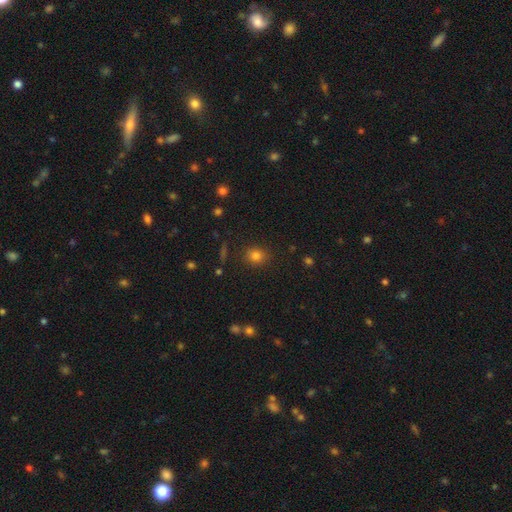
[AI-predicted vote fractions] The model was most divided on "how rounded": round: 75%, in between: 24%, cigar-shaped: 1%. More confident: merging — none (86%); smooth or featured — smooth (80%).